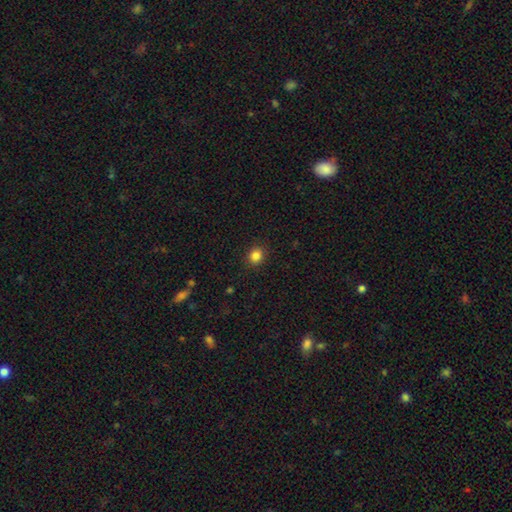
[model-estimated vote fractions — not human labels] This is clearly a smooth galaxy (85%). How rounded: likely round (78%). Merging: clearly none (90%).